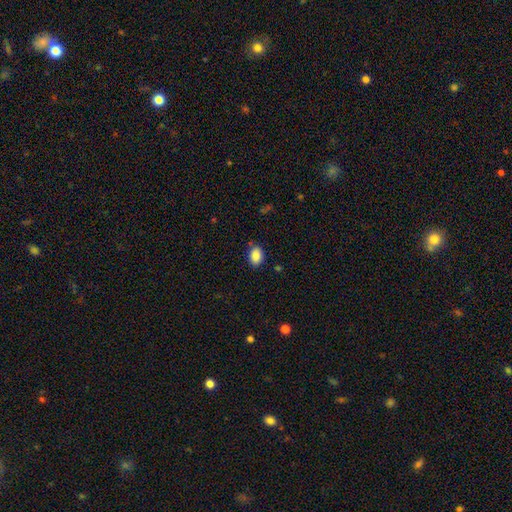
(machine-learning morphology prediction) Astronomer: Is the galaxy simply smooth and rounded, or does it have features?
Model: smooth — 88%.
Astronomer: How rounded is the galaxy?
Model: in between — 81%.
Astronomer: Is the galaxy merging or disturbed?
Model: none — 82%.